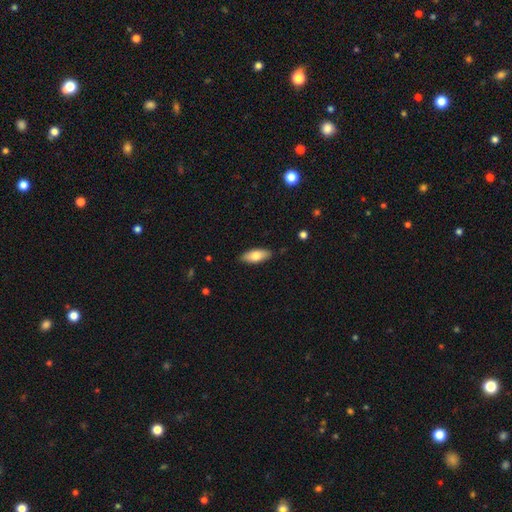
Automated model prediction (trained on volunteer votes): A smooth galaxy with no disk features (74%) that is in between round and cigar-shaped (82%). Merging: none (87%).